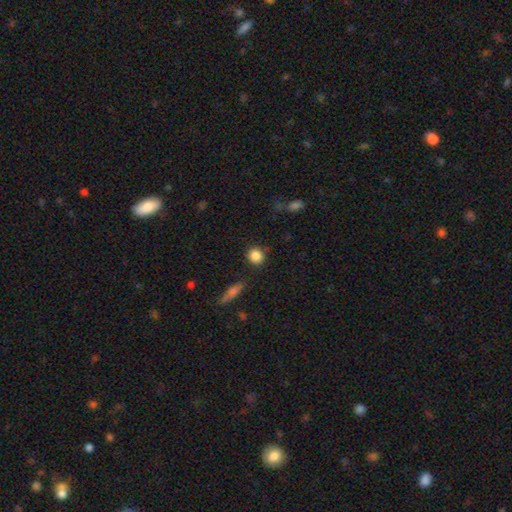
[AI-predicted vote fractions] A smooth galaxy with no disk features (86%) that is round (87%).

Vote fractions:
- Smooth or featured? smooth: 86% / star or artifact: 9% / featured or disk: 4%
- How rounded? round: 87% / in between: 12% / cigar-shaped: 2%
- Merging? none: 87% / minor disturbance: 8% / merger: 3% / major disturbance: 3%